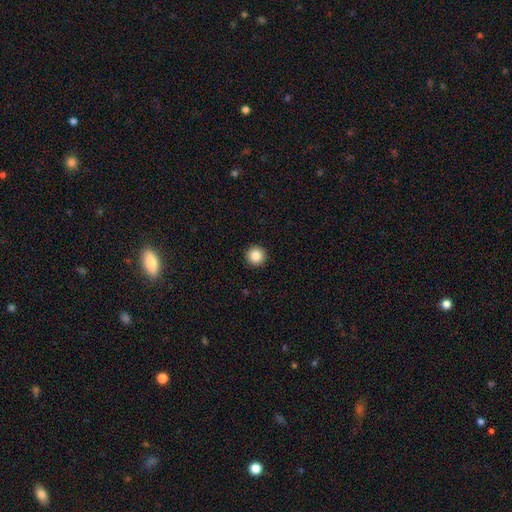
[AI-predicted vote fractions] smooth_or_featured: smooth (p=0.86) [alt: star or artifact p=0.10]
how_rounded: round (p=0.96) [alt: in between p=0.03]
merging: none (p=0.94) [alt: minor disturbance p=0.04]